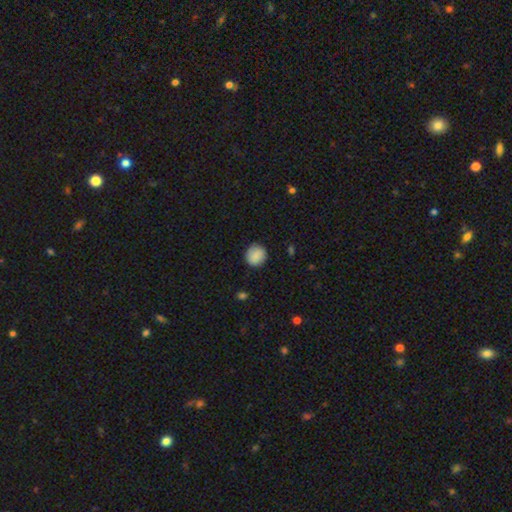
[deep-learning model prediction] smooth 83%, featured or disk 9%, star or artifact 7%. Down the decision tree: how rounded — round (88%); merging — none (82%).